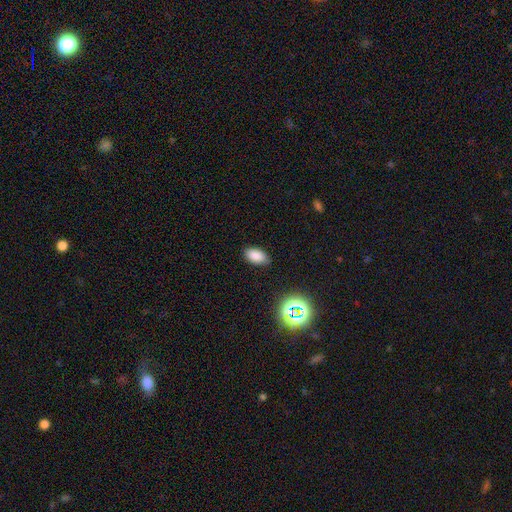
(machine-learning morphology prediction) smooth 82%, star or artifact 12%, featured or disk 5%. Down the decision tree: how rounded — in between (93%); merging — none (86%).